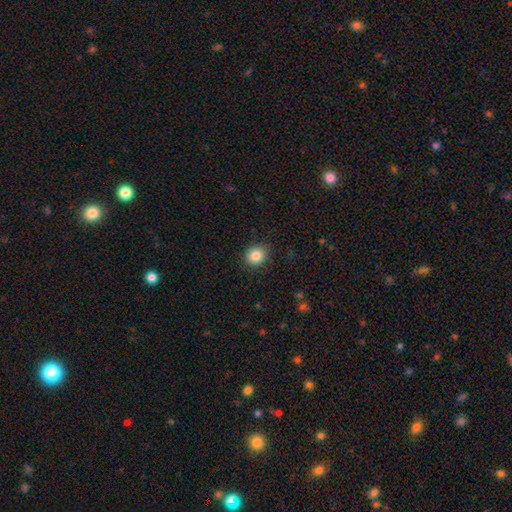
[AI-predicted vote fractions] smooth_or_featured: smooth (p=0.85) [alt: star or artifact p=0.10]
how_rounded: round (p=0.76) [alt: in between p=0.24]
merging: none (p=0.89) [alt: minor disturbance p=0.08]